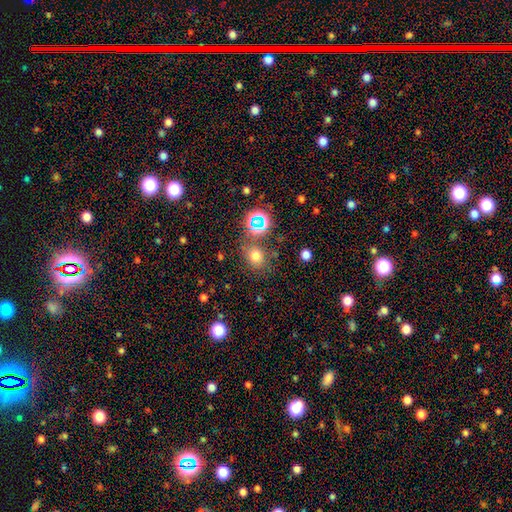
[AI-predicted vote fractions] Morphology: type=smooth (68%); roundness=round (68%); merging=none (72%).